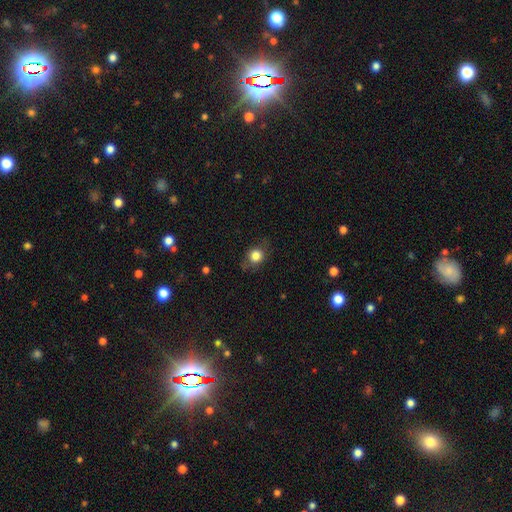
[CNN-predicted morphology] The model was most divided on "how rounded": round: 74%, in between: 25%, cigar-shaped: 1%. More confident: smooth or featured — smooth (81%); merging — none (73%).